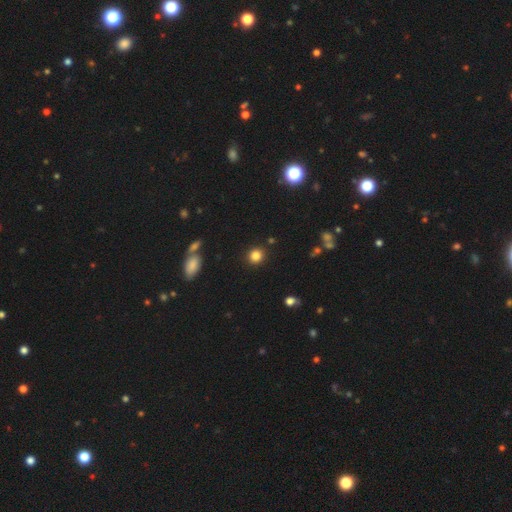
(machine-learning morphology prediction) The model was most divided on "smooth or featured": smooth: 84%, star or artifact: 11%, featured or disk: 5%. More confident: merging — none (89%); how rounded — round (87%).